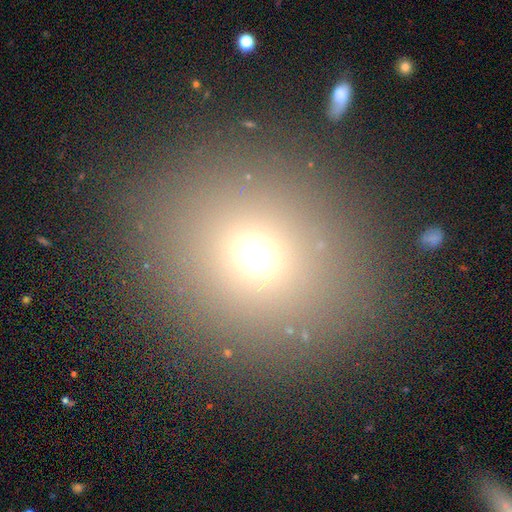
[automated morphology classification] This is likely a smooth galaxy (68%). How rounded: likely round (74%). Merging: clearly none (86%).